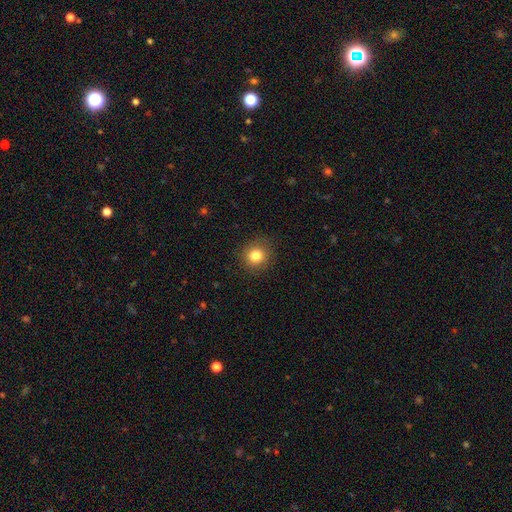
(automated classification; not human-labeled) A smooth galaxy with no disk features (81%) that is round (89%).

Vote fractions:
- Smooth or featured? smooth: 81% / star or artifact: 12% / featured or disk: 7%
- How rounded? round: 89% / in between: 10% / cigar-shaped: 1%
- Merging? none: 89% / minor disturbance: 8% / major disturbance: 3% / merger: 1%